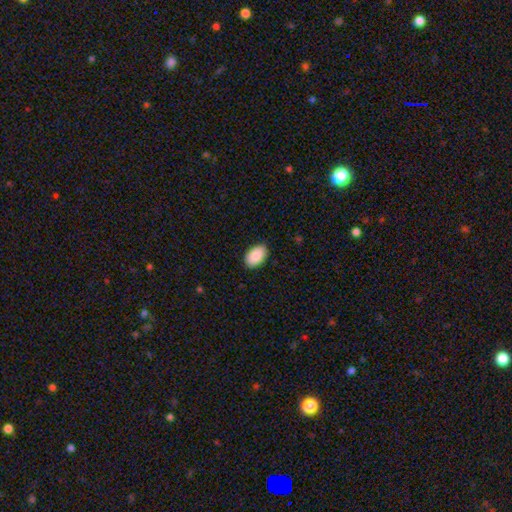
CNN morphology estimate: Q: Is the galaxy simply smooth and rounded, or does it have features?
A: smooth — 90%.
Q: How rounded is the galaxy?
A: in between — 94%.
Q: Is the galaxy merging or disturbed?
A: none — 88%.